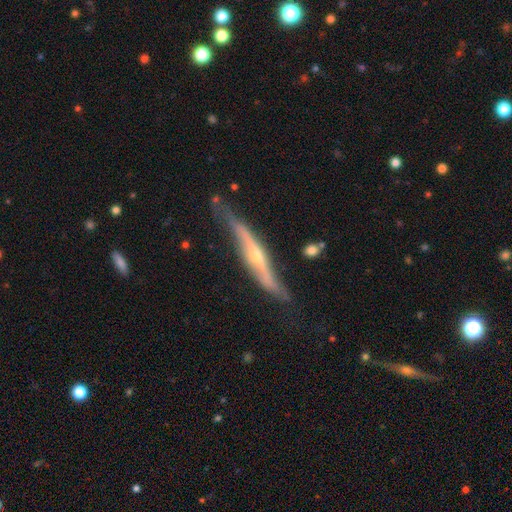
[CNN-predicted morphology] Smooth or featured? featured or disk (77%)
Edge-on disk? yes (86%)
Edge-on bulge? rounded (77%)
Merging? none (59%)